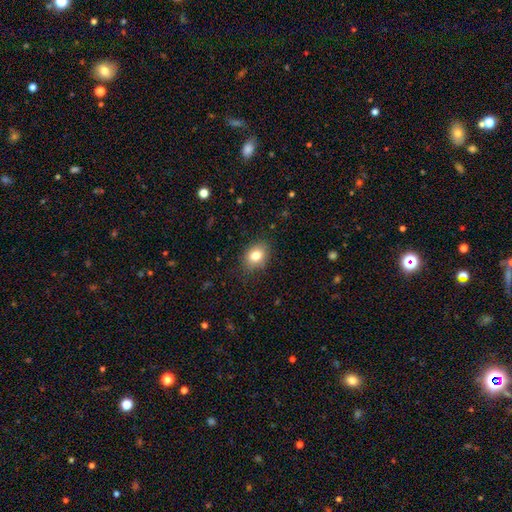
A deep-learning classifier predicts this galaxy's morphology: This appears to be a smooth galaxy with no disk features (80%) that is in between round and cigar-shaped (68%). Merging: none (82%).